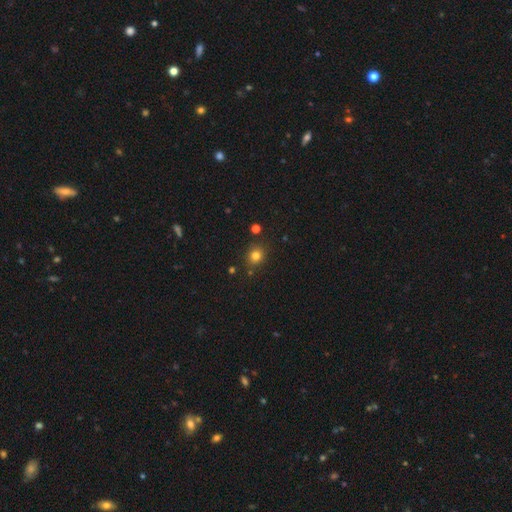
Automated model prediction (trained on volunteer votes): smooth_or_featured: smooth (p=0.79) [alt: star or artifact p=0.15]
how_rounded: round (p=0.80) [alt: in between p=0.19]
merging: none (p=0.84) [alt: minor disturbance p=0.10]